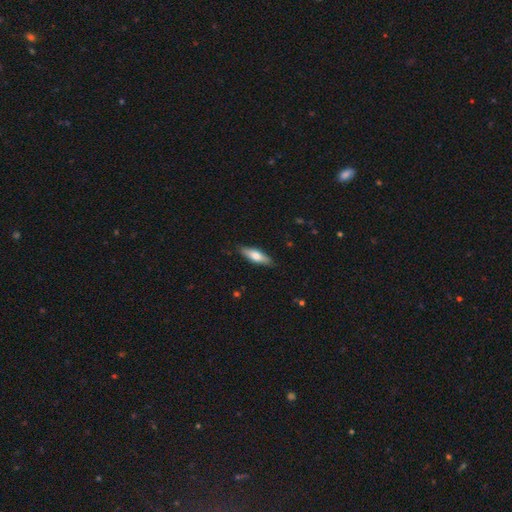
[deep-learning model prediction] Morphology: type=smooth (62%); roundness=cigar-shaped (52%); merging=none (87%).